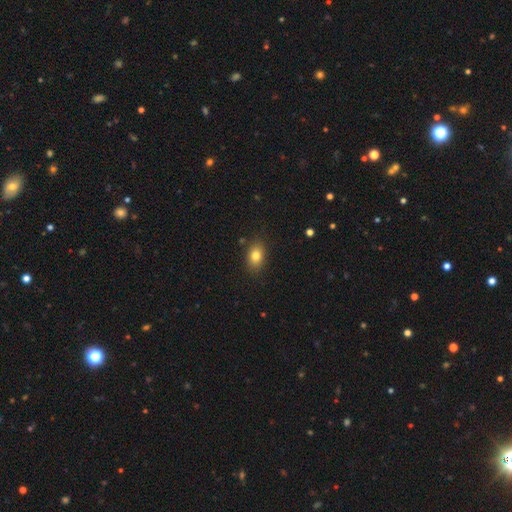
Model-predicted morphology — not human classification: Smooth or featured?
  - smooth: 80% *
  - star or artifact: 10%
  - featured or disk: 10%
How rounded?
  - in between: 75% *
  - round: 23%
  - cigar-shaped: 2%
Merging?
  - none: 85% *
  - minor disturbance: 11%
  - major disturbance: 3%
  - merger: 1%